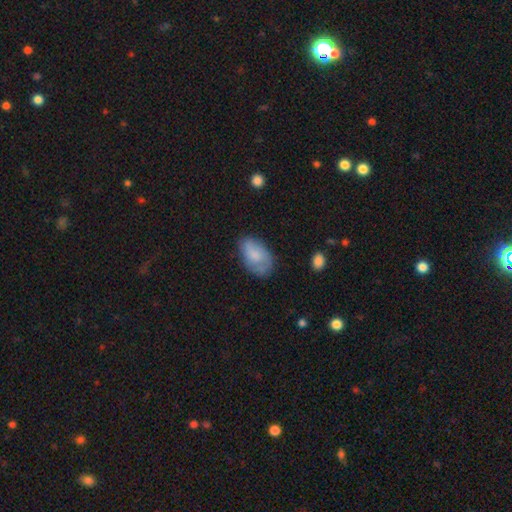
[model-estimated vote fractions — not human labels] Overall: smooth (68%). How rounded: in between (92%). Merging: none (62%; minor disturbance 26%).